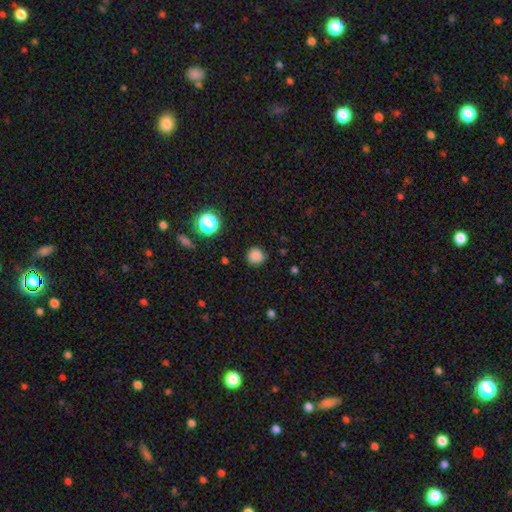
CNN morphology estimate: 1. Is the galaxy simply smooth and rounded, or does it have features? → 83% smooth, 13% star or artifact, 5% featured or disk.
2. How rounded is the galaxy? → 91% round, 8% in between, 1% cigar-shaped.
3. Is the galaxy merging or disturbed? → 84% none, 12% minor disturbance, 3% major disturbance, 1% merger.